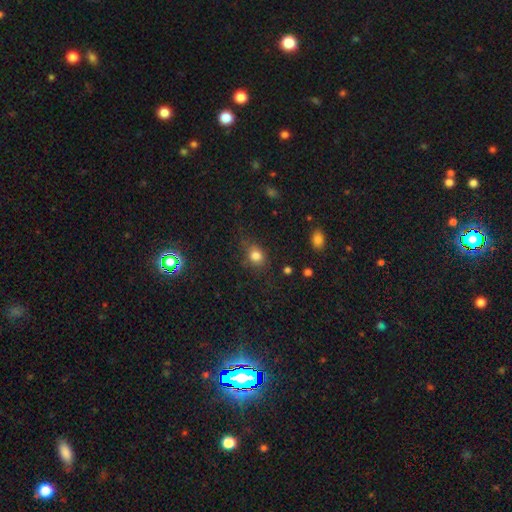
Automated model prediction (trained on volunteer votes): smooth_or_featured: smooth (p=0.80) [alt: star or artifact p=0.13]
how_rounded: round (p=0.54) [alt: in between p=0.44]
merging: none (p=0.66) [alt: minor disturbance p=0.22]